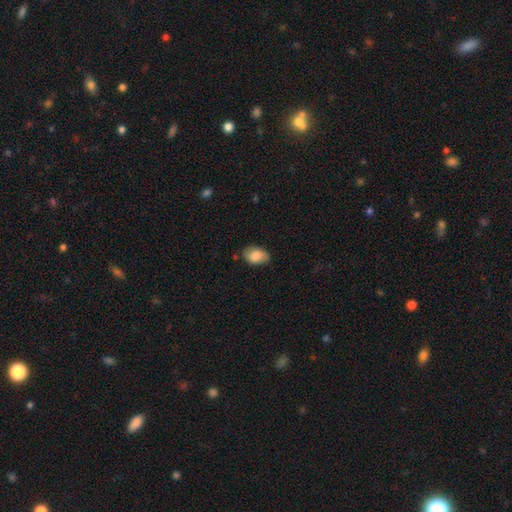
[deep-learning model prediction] Q: Smooth or featured?
A: smooth (83%); runner-up: featured or disk (11%)
Q: How rounded?
A: in between (88%); runner-up: round (11%)
Q: Merging?
A: none (72%); runner-up: minor disturbance (22%)